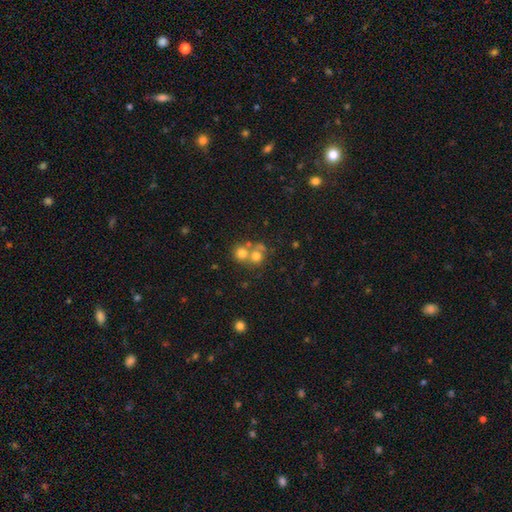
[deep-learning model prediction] A smooth galaxy with no disk features (69%) that is round (84%).

Vote fractions:
- Smooth or featured? smooth: 69% / featured or disk: 17% / star or artifact: 14%
- How rounded? round: 84% / in between: 16% / cigar-shaped: 1%
- Merging? merger: 50% / none: 39% / minor disturbance: 7% / major disturbance: 4%